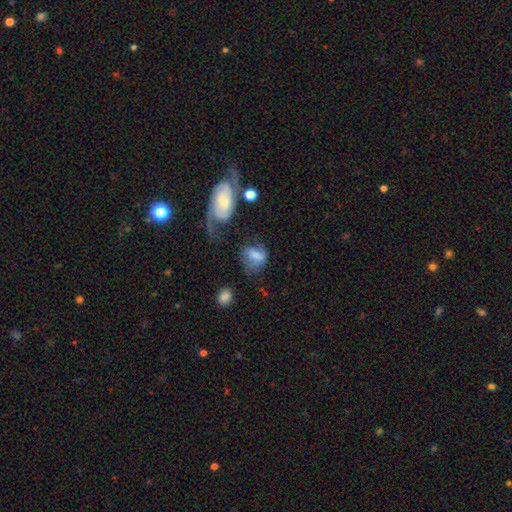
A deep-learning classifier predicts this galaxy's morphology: Smooth or featured? Predicted: smooth (p=0.58). How rounded? Predicted: in between (p=0.66). Merging? Predicted: none (p=0.35).